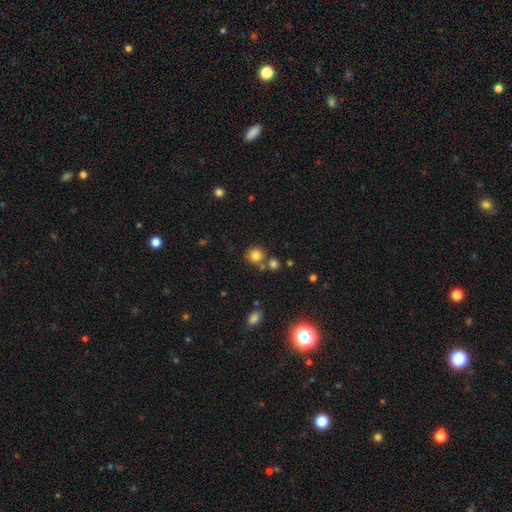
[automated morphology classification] This is clearly a smooth galaxy (81%). How rounded: clearly round (89%). Merging: likely none (69%).